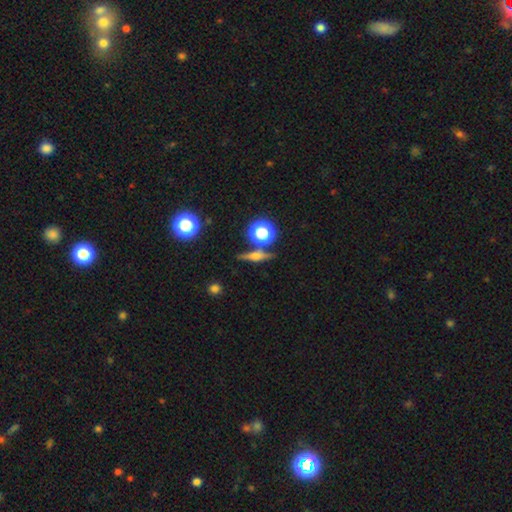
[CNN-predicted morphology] Smooth or featured? Predicted: featured or disk (p=0.59). Edge-on disk? Predicted: yes (p=0.94). Edge-on bulge? Predicted: rounded (p=0.84). Merging? Predicted: none (p=0.81).